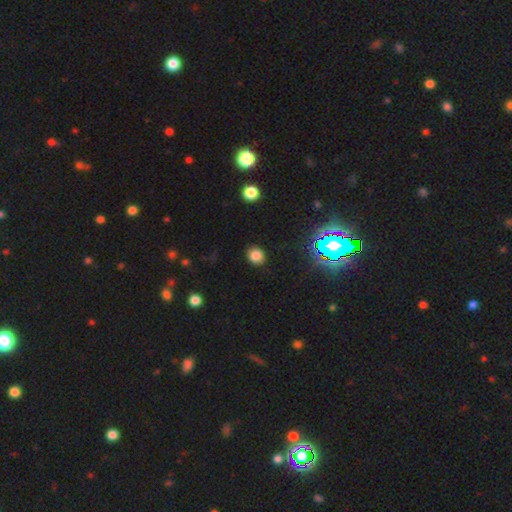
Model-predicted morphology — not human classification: smooth 78%, star or artifact 15%, featured or disk 6%. Down the decision tree: how rounded — round (75%); merging — none (85%).